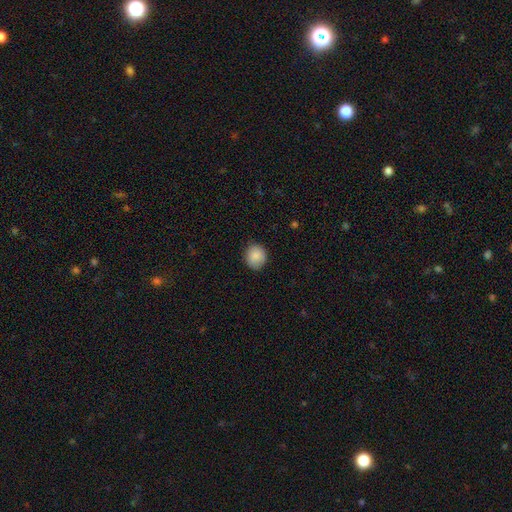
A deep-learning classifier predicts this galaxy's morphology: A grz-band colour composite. It shows a smooth galaxy with no disk features (87%) that is round (80%). Merging: none (86%).